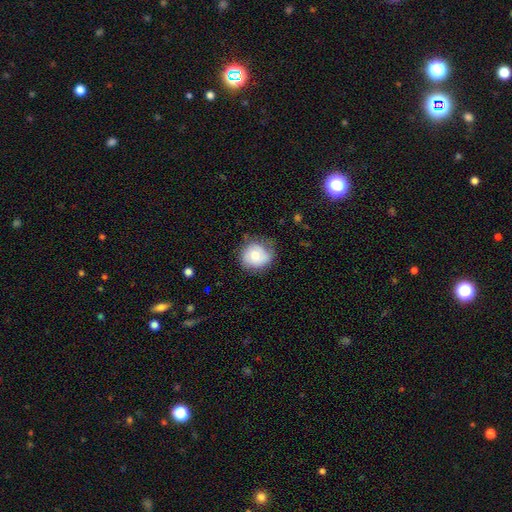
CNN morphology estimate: This appears to be a smooth galaxy with no disk features (67%) that is round (79%). Merging: none (62%).